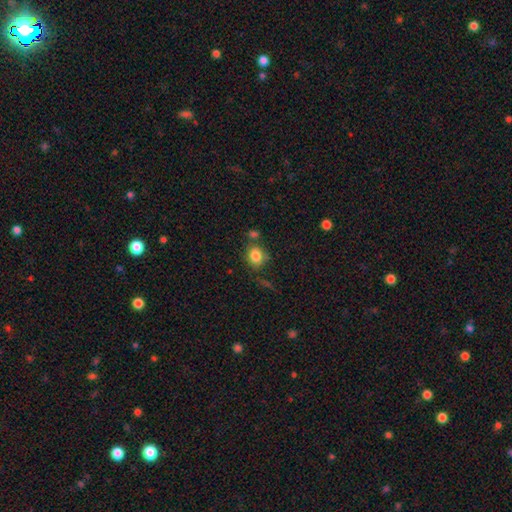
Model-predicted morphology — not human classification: A smooth galaxy with no disk features (83%) that is round (58%).

Vote fractions:
- Smooth or featured? smooth: 83% / star or artifact: 10% / featured or disk: 7%
- How rounded? round: 58% / in between: 41% / cigar-shaped: 1%
- Merging? none: 65% / minor disturbance: 16% / merger: 13% / major disturbance: 5%